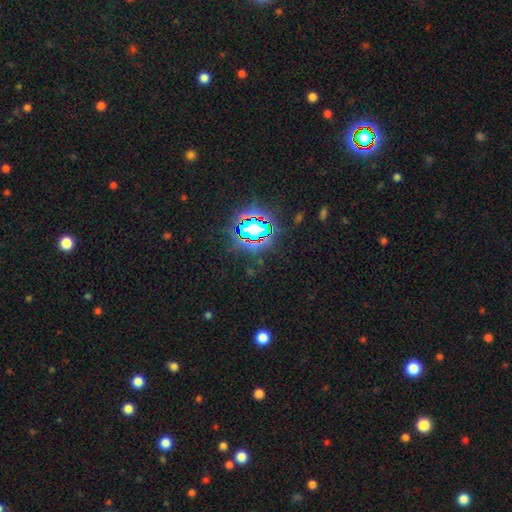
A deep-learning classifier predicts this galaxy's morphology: This appears to be a star or artifact, not a galaxy (83%).